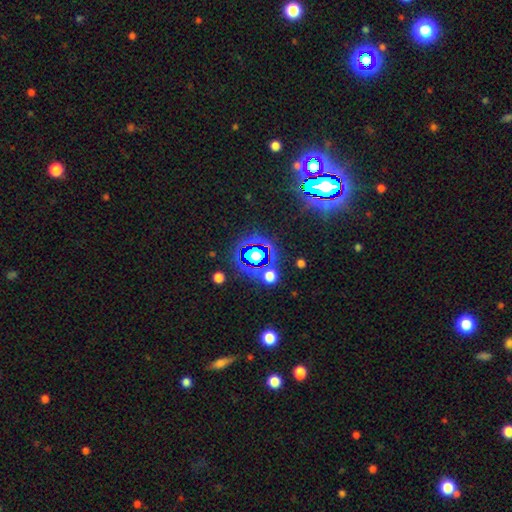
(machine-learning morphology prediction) smooth_or_featured: star or artifact (p=0.61) [alt: smooth p=0.27]